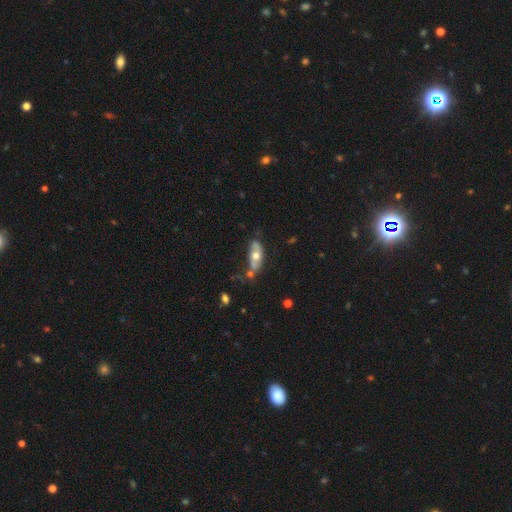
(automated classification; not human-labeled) The model was most divided on "smooth or featured": smooth: 52%, featured or disk: 41%, star or artifact: 7%. More confident: how rounded — in between (76%); merging — none (51%).